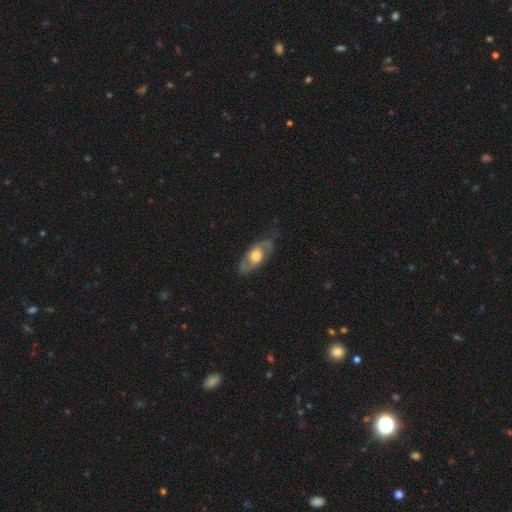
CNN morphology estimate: This appears to be a featured or disk galaxy (67%) with no bar (72%), spiral arms (74%) and a moderate central bulge (50%). Merging: none (74%).